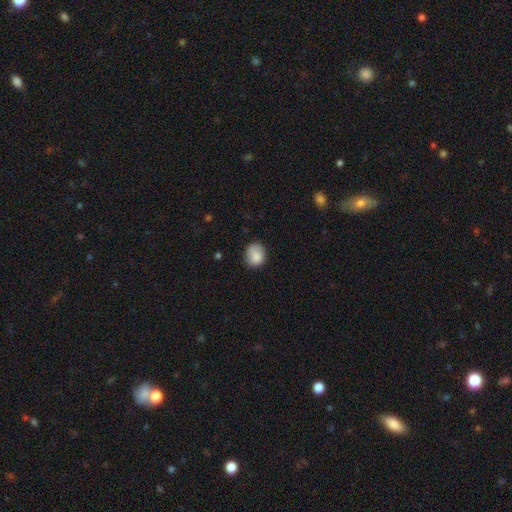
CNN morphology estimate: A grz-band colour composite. It shows a smooth galaxy with no disk features (82%) that is round (63%). Merging: none (70%).